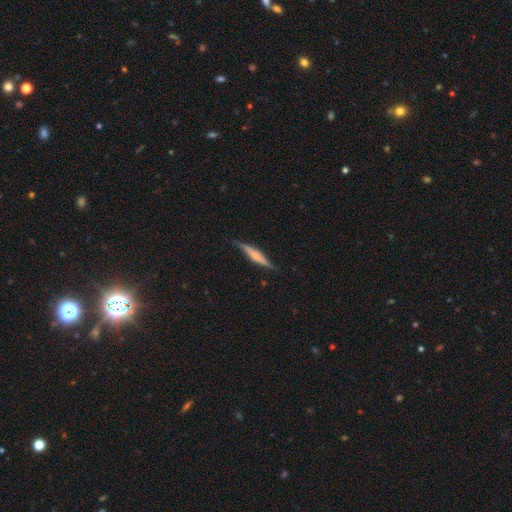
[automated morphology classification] smooth_or_featured: featured or disk (p=0.62) [alt: smooth p=0.32]
disk_edge_on: yes (p=0.95) [alt: no p=0.05]
edge_on_bulge: rounded (p=0.60) [alt: boxy p=0.22]
merging: none (p=0.83) [alt: minor disturbance p=0.13]